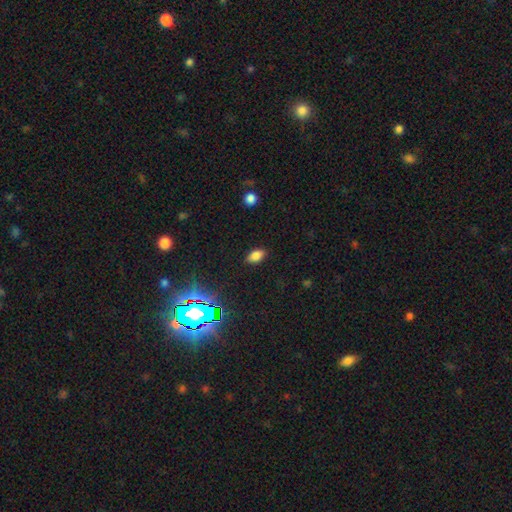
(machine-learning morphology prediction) A smooth galaxy with no disk features (78%) that is in between round and cigar-shaped (90%).

Vote fractions:
- Smooth or featured? smooth: 78% / star or artifact: 15% / featured or disk: 7%
- How rounded? in between: 90% / round: 7% / cigar-shaped: 3%
- Merging? none: 87% / minor disturbance: 10% / major disturbance: 3% / merger: 1%